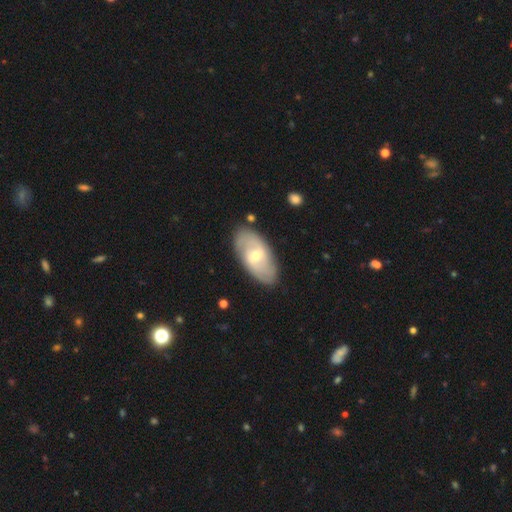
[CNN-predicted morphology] Smooth or featured? featured or disk (63%)
Edge-on disk? no (92%)
Bar? weak (54%)
Spiral arms? yes (76%)
Bulge size? moderate (51%)
Merging? none (84%)